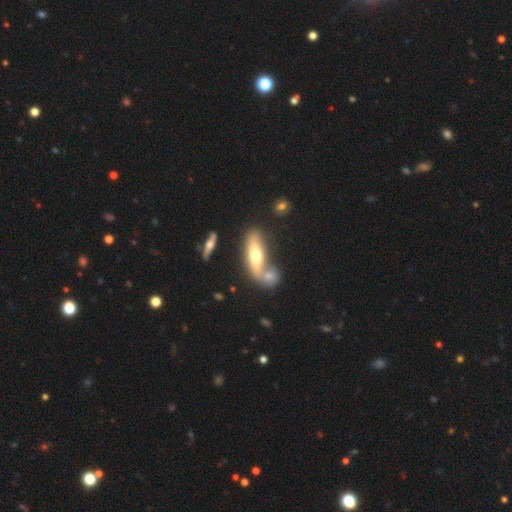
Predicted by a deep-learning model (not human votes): Q: Smooth or featured?
A: smooth (51%); runner-up: featured or disk (42%)
Q: How rounded?
A: cigar-shaped (50%); runner-up: in between (47%)
Q: Merging?
A: merger (42%); runner-up: none (41%)